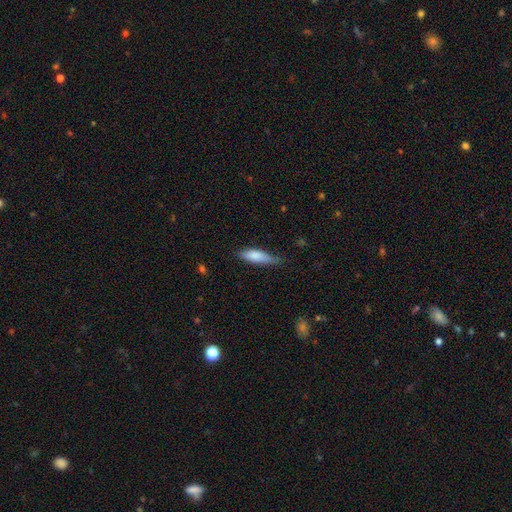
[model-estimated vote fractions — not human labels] Smooth or featured?
  - smooth: 79% *
  - featured or disk: 15%
  - star or artifact: 6%
How rounded?
  - cigar-shaped: 54% *
  - in between: 44%
  - round: 2%
Merging?
  - none: 61% *
  - minor disturbance: 32%
  - major disturbance: 6%
  - merger: 2%